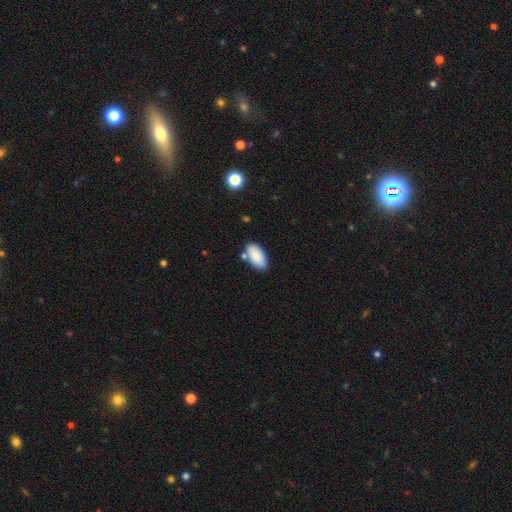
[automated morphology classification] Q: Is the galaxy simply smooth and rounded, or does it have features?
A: smooth — 87%.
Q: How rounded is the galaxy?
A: in between — 94%.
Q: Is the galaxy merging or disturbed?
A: none — 72%.